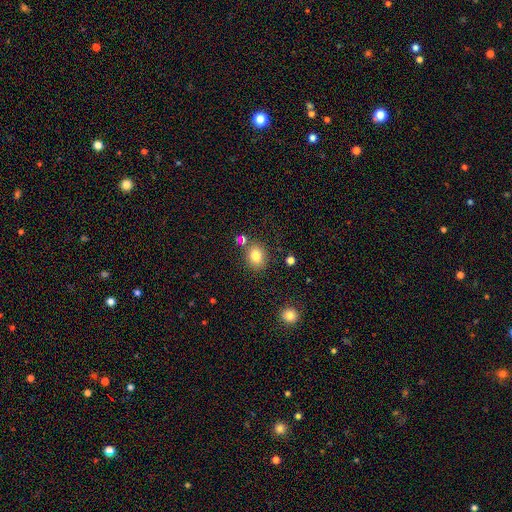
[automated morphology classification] A smooth galaxy with no disk features (81%) that is round (54%).

Vote fractions:
- Smooth or featured? smooth: 81% / star or artifact: 11% / featured or disk: 8%
- How rounded? round: 54% / in between: 45% / cigar-shaped: 1%
- Merging? none: 76% / minor disturbance: 11% / merger: 10% / major disturbance: 3%